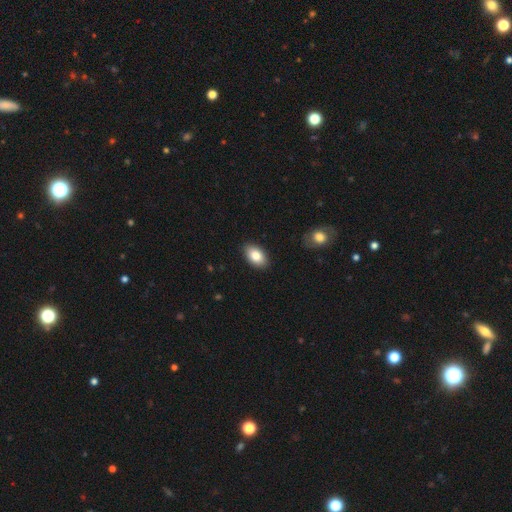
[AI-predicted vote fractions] smooth 84%, featured or disk 9%, star or artifact 7%. Down the decision tree: how rounded — in between (92%); merging — none (89%).